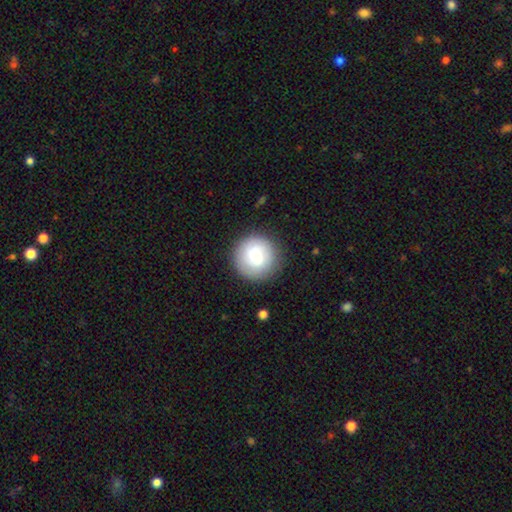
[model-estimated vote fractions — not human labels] Morphology: type=smooth (73%); roundness=round (95%); merging=none (87%).